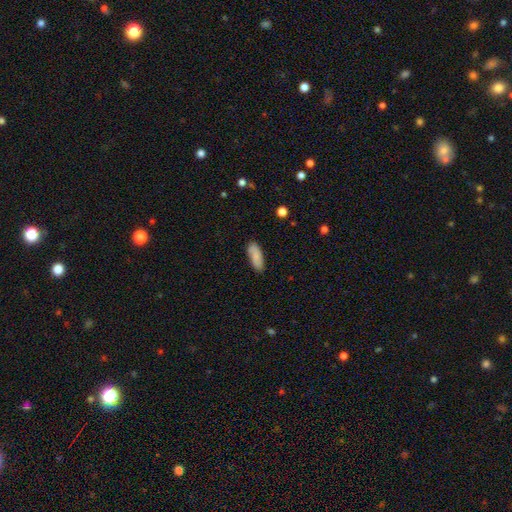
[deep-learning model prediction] Q: Smooth or featured?
A: smooth (81%); runner-up: featured or disk (13%)
Q: How rounded?
A: in between (74%); runner-up: cigar-shaped (24%)
Q: Merging?
A: none (83%); runner-up: minor disturbance (13%)